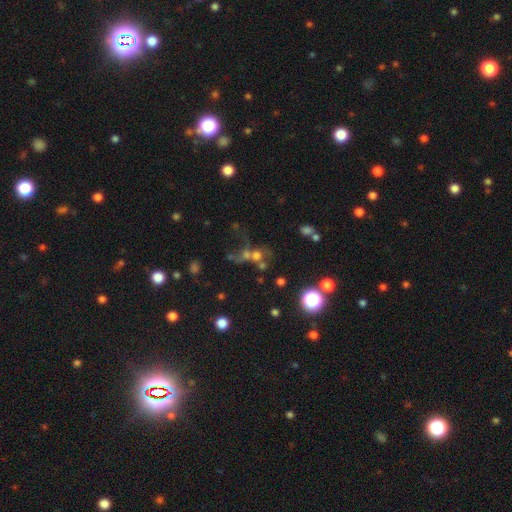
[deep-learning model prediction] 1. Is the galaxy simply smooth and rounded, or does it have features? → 43% smooth, 36% star or artifact, 21% featured or disk.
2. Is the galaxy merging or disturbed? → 38% none (tied), 38% merger (tied), 14% major disturbance, 10% minor disturbance.